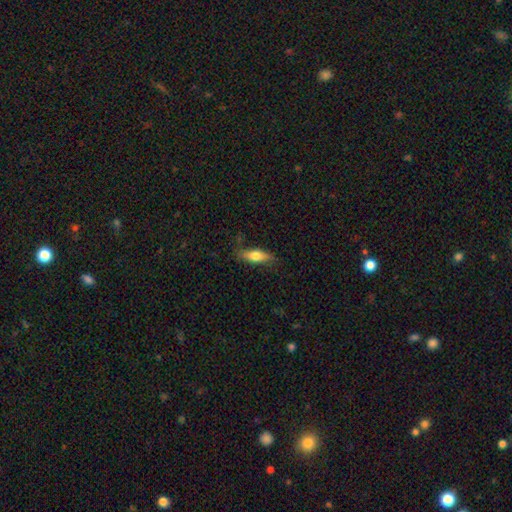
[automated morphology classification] This is likely a smooth galaxy (65%). How rounded: possibly in between (51%). Merging: likely none (77%).